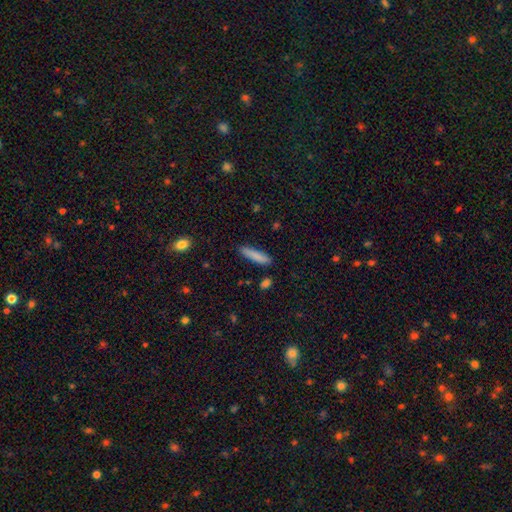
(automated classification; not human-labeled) Overall: smooth (85%). How rounded: cigar-shaped (80%). Merging: none (84%).